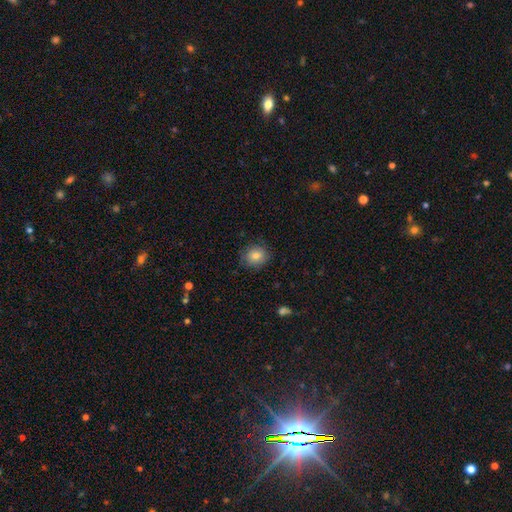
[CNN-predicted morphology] type=smooth (77%); roundness=round (78%); merging=none (80%).